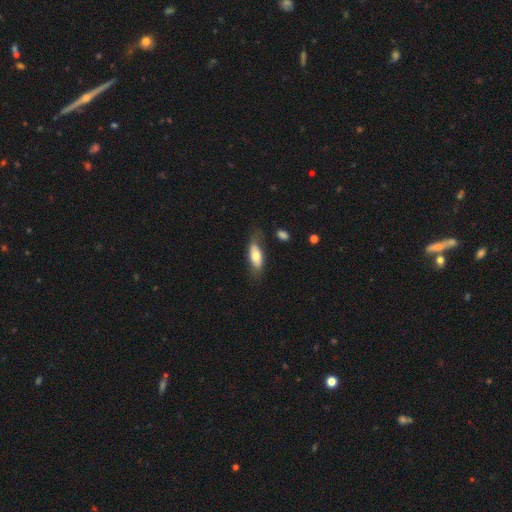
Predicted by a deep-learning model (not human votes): Smooth or featured?
  - smooth: 62% *
  - featured or disk: 32%
  - star or artifact: 6%
How rounded?
  - in between: 75% *
  - cigar-shaped: 22%
  - round: 3%
Merging?
  - none: 59% *
  - minor disturbance: 26%
  - major disturbance: 12%
  - merger: 4%